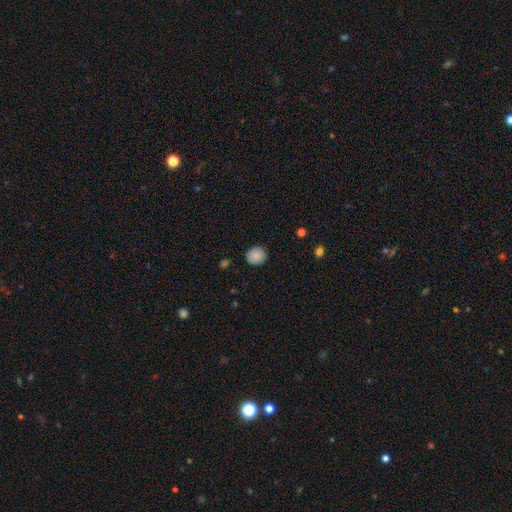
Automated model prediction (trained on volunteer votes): Overall: smooth (87%). How rounded: round (92%). Merging: none (89%).